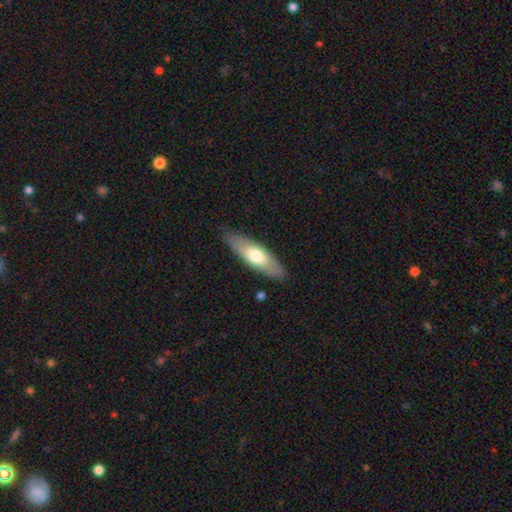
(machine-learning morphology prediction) This is likely a smooth galaxy (61%). How rounded: possibly in between (54%). Merging: clearly none (83%).